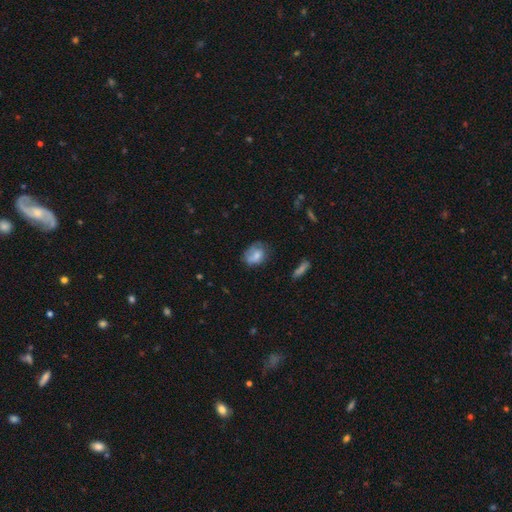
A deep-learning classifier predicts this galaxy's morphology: Smooth or featured? Predicted: smooth (p=0.66). How rounded? Predicted: in between (p=0.64). Merging? Predicted: none (p=0.48).